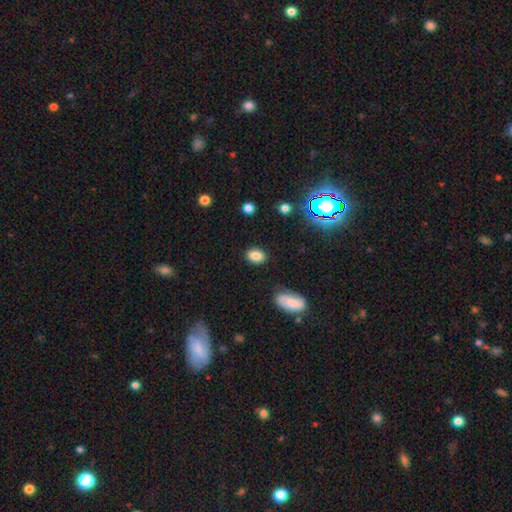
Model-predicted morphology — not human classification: Overall: smooth (82%). How rounded: in between (75%). Merging: none (85%).